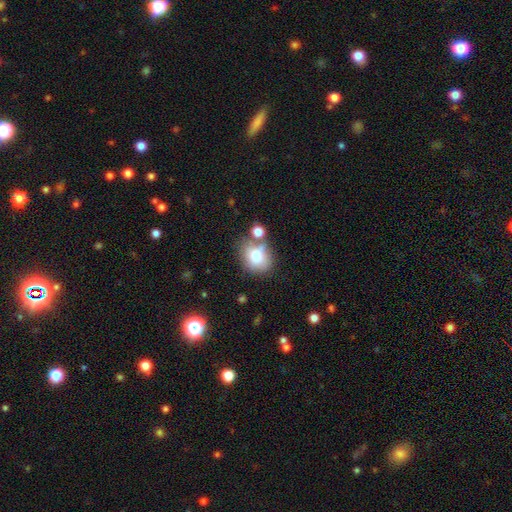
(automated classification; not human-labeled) Smooth or featured? smooth (73%)
How rounded? round (63%)
Merging? none (55%)